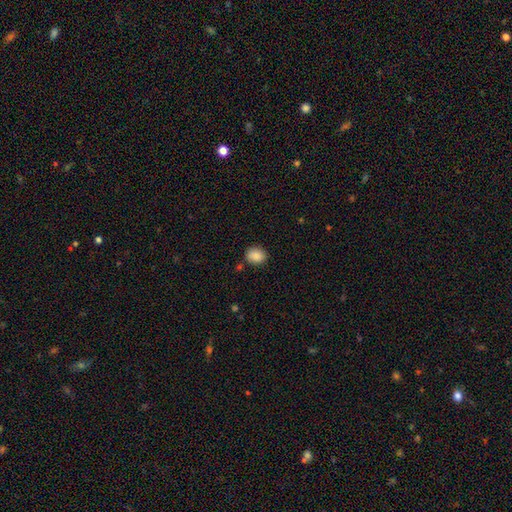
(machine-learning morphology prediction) smooth-or-featured: smooth: 88% | star or artifact: 8% | featured or disk: 4%
  how-rounded: round: 54% | in between: 45% | cigar-shaped: 1%
  merging: none: 82% | minor disturbance: 12% | merger: 3% | major disturbance: 3%